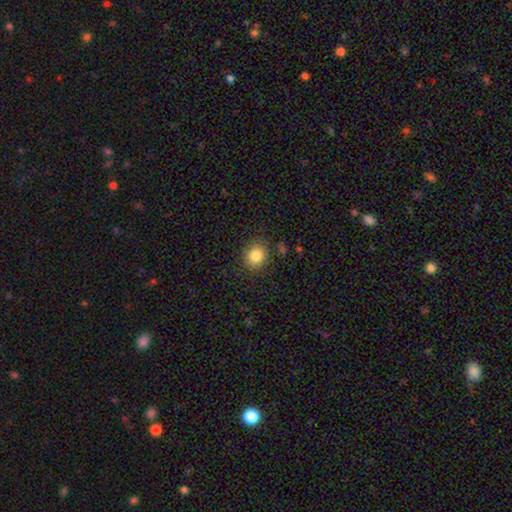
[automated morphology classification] Smooth or featured? Predicted: smooth (p=0.85). How rounded? Predicted: round (p=0.76). Merging? Predicted: none (p=0.86).